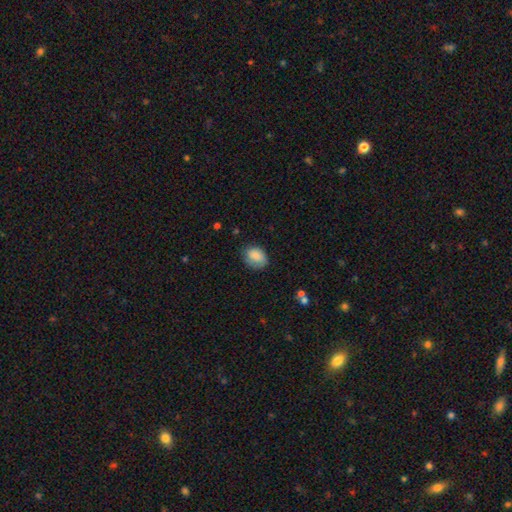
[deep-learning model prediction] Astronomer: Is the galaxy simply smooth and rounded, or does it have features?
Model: smooth — 83%.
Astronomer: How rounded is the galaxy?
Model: in between — 64%.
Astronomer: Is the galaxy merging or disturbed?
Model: none — 68%.